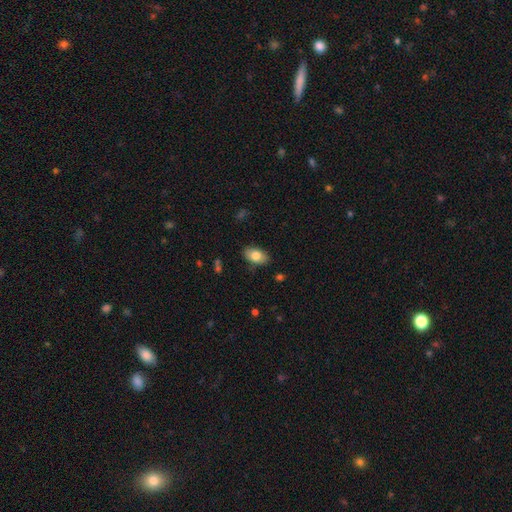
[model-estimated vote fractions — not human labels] This appears to be a smooth galaxy with no disk features (80%) that is in between round and cigar-shaped (91%). Merging: none (85%).